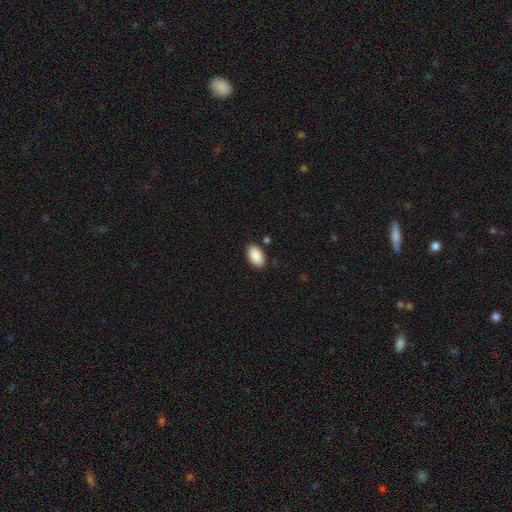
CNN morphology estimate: smooth-or-featured: smooth: 90% | star or artifact: 7% | featured or disk: 3%
  how-rounded: in between: 95% | round: 4% | cigar-shaped: 2%
  merging: none: 86% | minor disturbance: 10% | major disturbance: 2% | merger: 2%